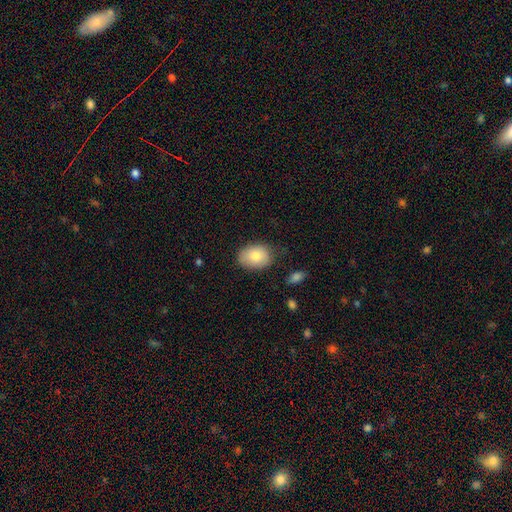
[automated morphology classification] Smooth or featured?
  - smooth: 80% *
  - featured or disk: 12%
  - star or artifact: 7%
How rounded?
  - in between: 72% *
  - round: 27%
  - cigar-shaped: 1%
Merging?
  - none: 73% *
  - minor disturbance: 21%
  - major disturbance: 4%
  - merger: 2%